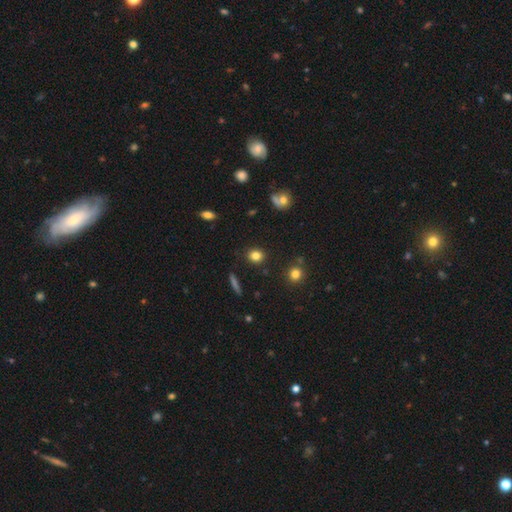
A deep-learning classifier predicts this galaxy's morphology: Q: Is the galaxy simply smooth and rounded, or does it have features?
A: smooth — 82%.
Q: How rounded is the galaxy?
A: round — 67%.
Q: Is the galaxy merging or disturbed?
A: none — 88%.